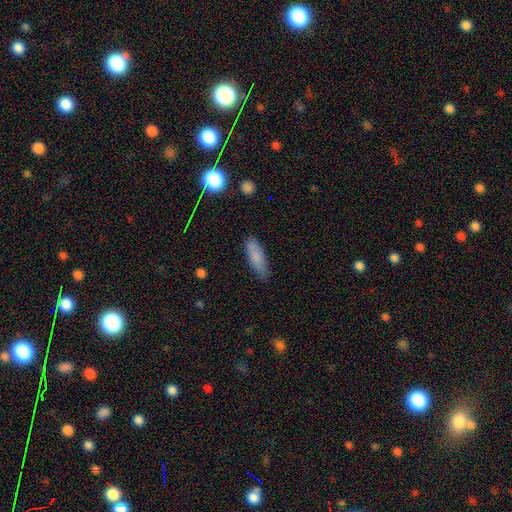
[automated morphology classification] A smooth galaxy with no disk features (81%) that is in between round and cigar-shaped (51%). Merging: none (76%).